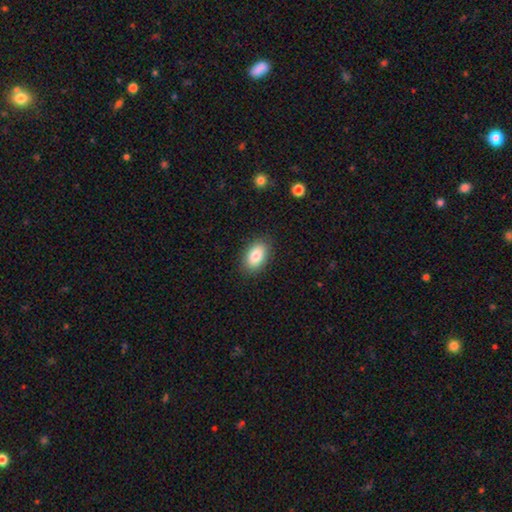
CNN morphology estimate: Smooth or featured? Predicted: smooth (p=0.85). How rounded? Predicted: in between (p=0.92). Merging? Predicted: none (p=0.88).